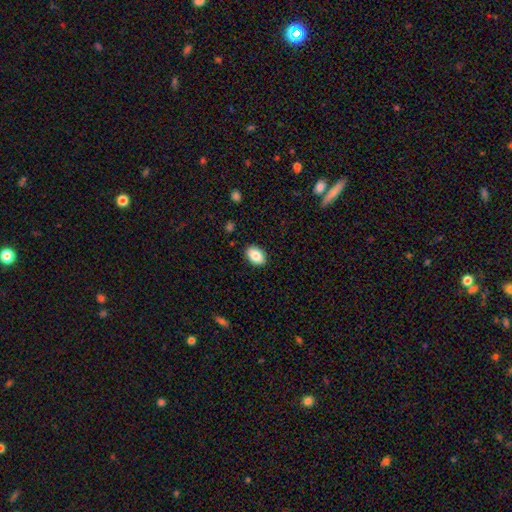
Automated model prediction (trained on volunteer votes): smooth 86%, star or artifact 7%, featured or disk 7%. Down the decision tree: how rounded — in between (88%); merging — none (89%).